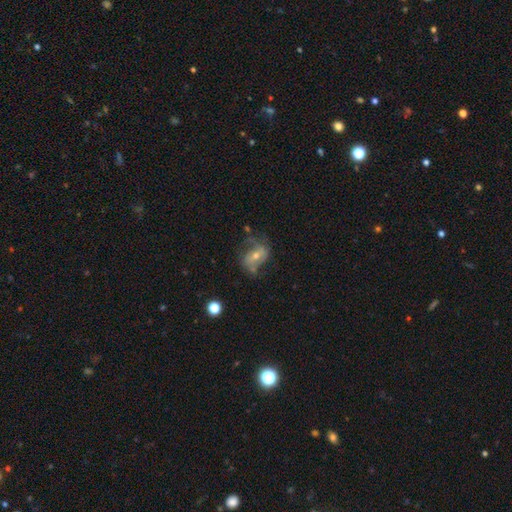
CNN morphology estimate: smooth-or-featured: featured or disk: 65% | smooth: 26% | star or artifact: 9%
  disk-edge-on: no: 96% | yes: 4%
    bar: no: 42% | weak: 36% | strong: 22%
    has-spiral-arms: yes: 77% | no: 23%
    bulge-size: moderate: 55% | small: 39% | large: 3% | none: 2% | dominant: 1%
  merging: none: 49% | minor disturbance: 24% | major disturbance: 22% | merger: 4%